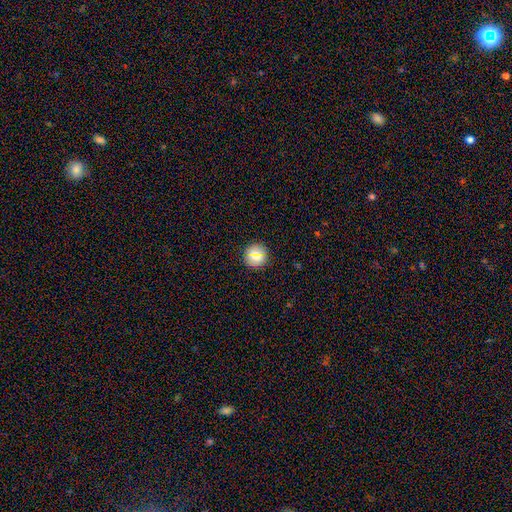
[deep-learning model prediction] This is likely a smooth galaxy (79%). How rounded: clearly round (93%). Merging: clearly none (90%).